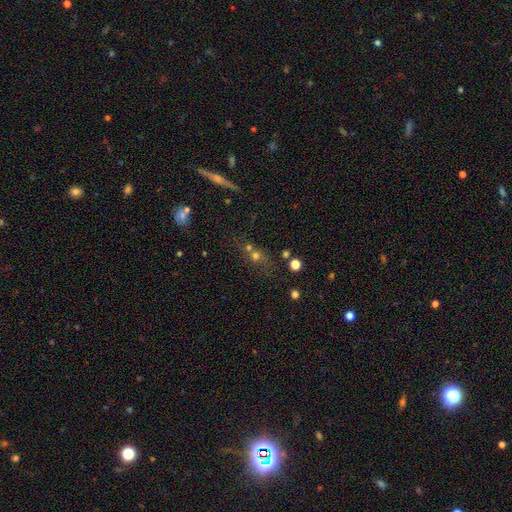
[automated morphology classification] smooth 60%, star or artifact 22%, featured or disk 18%. Down the decision tree: how rounded — round (73%); merging — merger (44%).